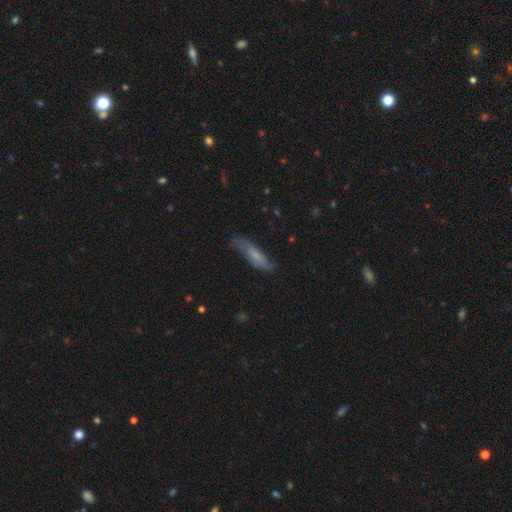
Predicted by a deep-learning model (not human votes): smooth_or_featured: smooth (p=0.51) [alt: featured or disk p=0.41]
how_rounded: cigar-shaped (p=0.65) [alt: in between p=0.32]
merging: none (p=0.65) [alt: minor disturbance p=0.25]